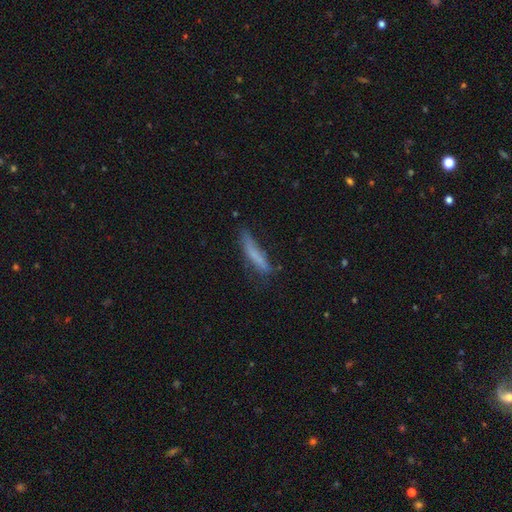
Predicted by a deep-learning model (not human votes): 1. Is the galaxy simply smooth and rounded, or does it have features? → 65% smooth, 26% featured or disk, 10% star or artifact.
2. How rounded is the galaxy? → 87% cigar-shaped, 11% in between, 2% round.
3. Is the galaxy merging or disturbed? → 54% none, 29% minor disturbance, 13% major disturbance, 4% merger.